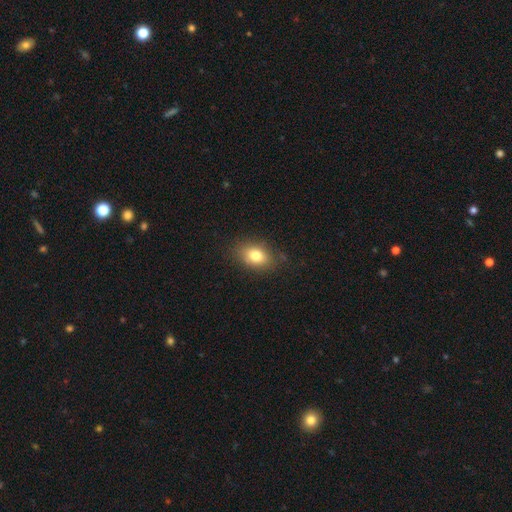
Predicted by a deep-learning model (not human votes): Q: Smooth or featured?
A: smooth (79%); runner-up: featured or disk (11%)
Q: How rounded?
A: in between (77%); runner-up: round (22%)
Q: Merging?
A: none (82%); runner-up: minor disturbance (13%)